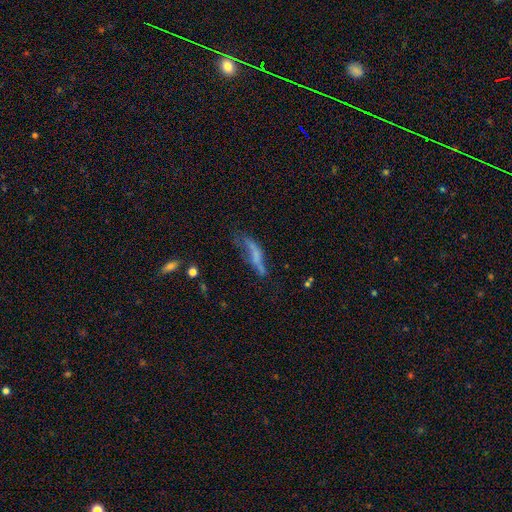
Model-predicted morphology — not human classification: smooth_or_featured: smooth (p=0.44) [alt: featured or disk p=0.43]
merging: major disturbance (p=0.34) [alt: none p=0.31]